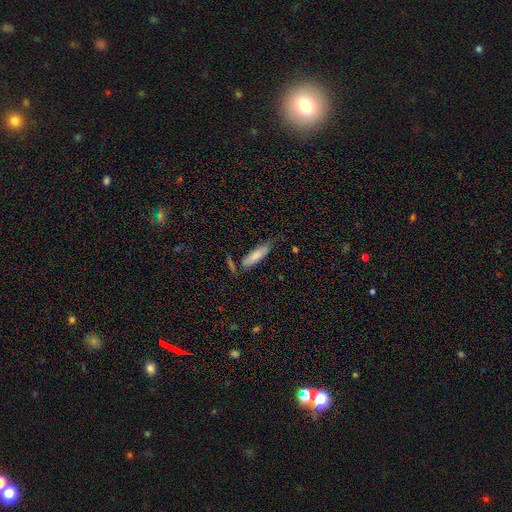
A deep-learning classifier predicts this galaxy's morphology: Overall: smooth (77%). How rounded: cigar-shaped (63%; in between 35%). Merging: none (58%; minor disturbance 27%).